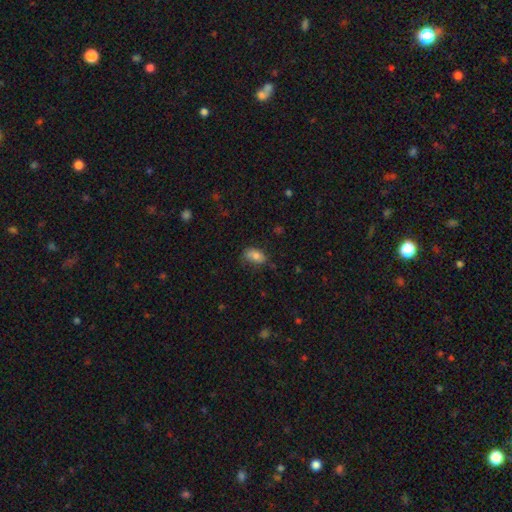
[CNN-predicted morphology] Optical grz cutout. It shows a smooth galaxy with no disk features (77%) that is in between round and cigar-shaped (88%). Merging: none (58%).